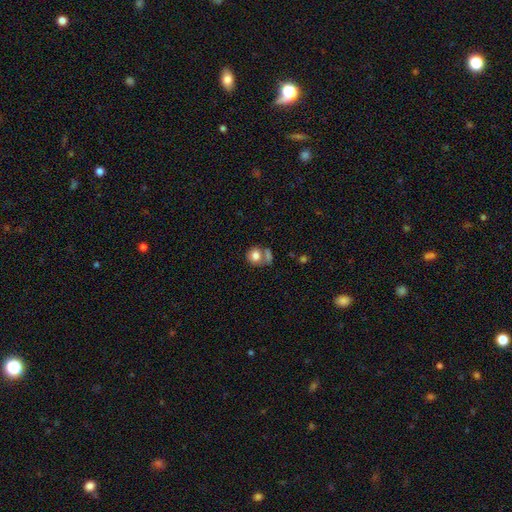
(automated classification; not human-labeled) smooth-or-featured: smooth: 79% | featured or disk: 12% | star or artifact: 9%
  how-rounded: round: 73% | in between: 26% | cigar-shaped: 1%
  merging: none: 46% | merger: 33% | minor disturbance: 13% | major disturbance: 7%